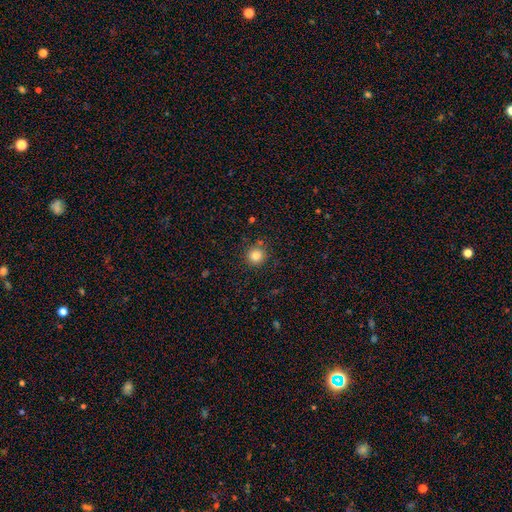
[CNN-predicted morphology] type=smooth (83%); roundness=round (92%); merging=none (86%).